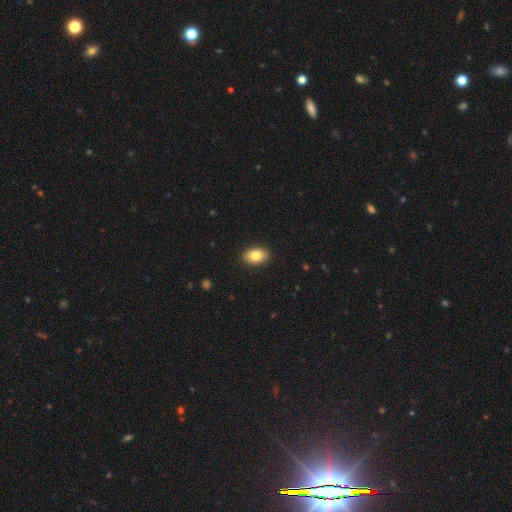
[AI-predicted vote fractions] This is clearly a smooth galaxy (82%). How rounded: clearly in between (88%). Merging: clearly none (91%).